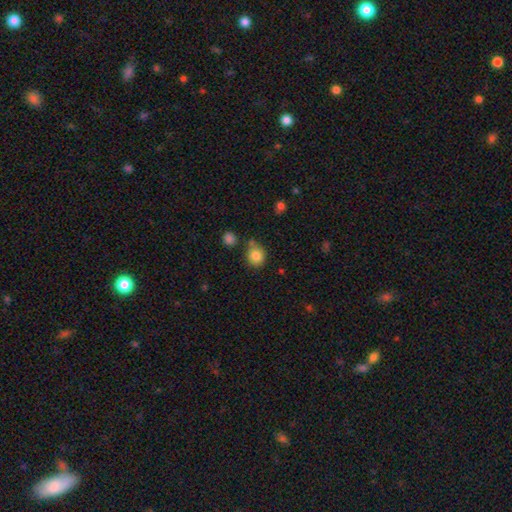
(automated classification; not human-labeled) Q: Smooth or featured?
A: smooth (84%); runner-up: star or artifact (10%)
Q: How rounded?
A: round (77%); runner-up: in between (22%)
Q: Merging?
A: none (70%); runner-up: minor disturbance (15%)